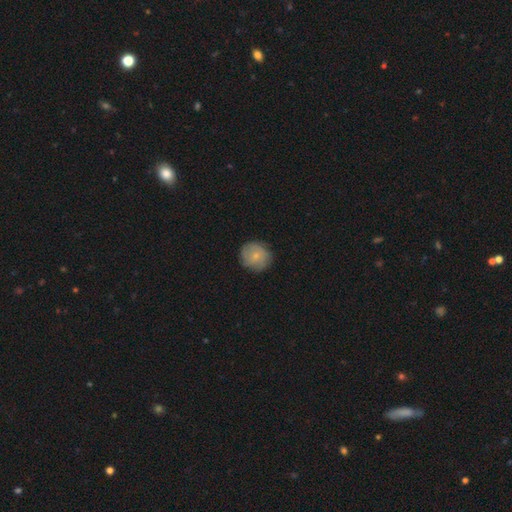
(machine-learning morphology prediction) smooth-or-featured: smooth: 63% | featured or disk: 29% | star or artifact: 8%
  how-rounded: round: 91% | in between: 8% | cigar-shaped: 1%
  merging: none: 78% | minor disturbance: 17% | major disturbance: 4% | merger: 1%